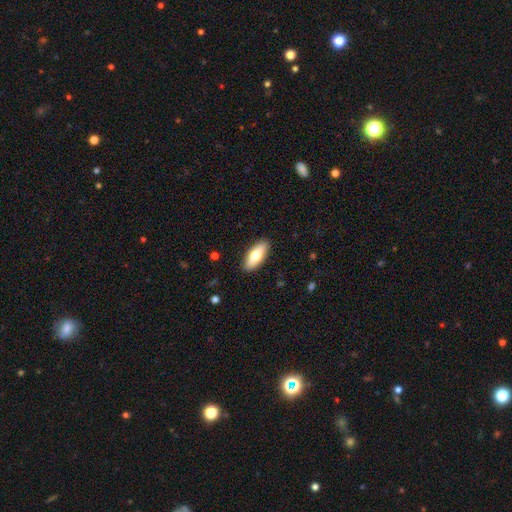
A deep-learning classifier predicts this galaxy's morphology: Smooth or featured?
  - smooth: 71% *
  - featured or disk: 23%
  - star or artifact: 6%
How rounded?
  - in between: 80% *
  - cigar-shaped: 17%
  - round: 3%
Merging?
  - none: 90% *
  - minor disturbance: 7%
  - major disturbance: 2%
  - merger: 1%